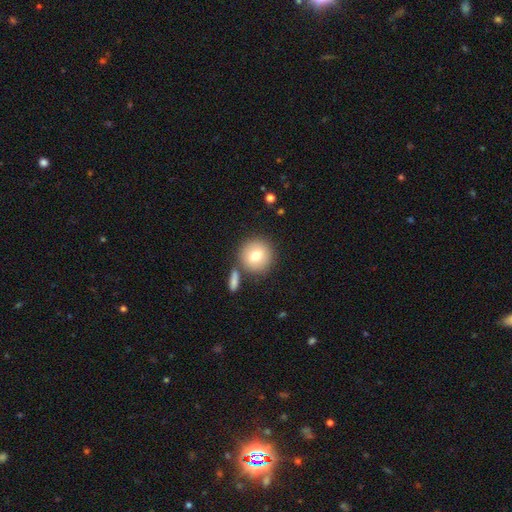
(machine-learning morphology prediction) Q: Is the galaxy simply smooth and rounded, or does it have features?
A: smooth — 77%.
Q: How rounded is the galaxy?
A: round — 93%.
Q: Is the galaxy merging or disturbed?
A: none — 76%.